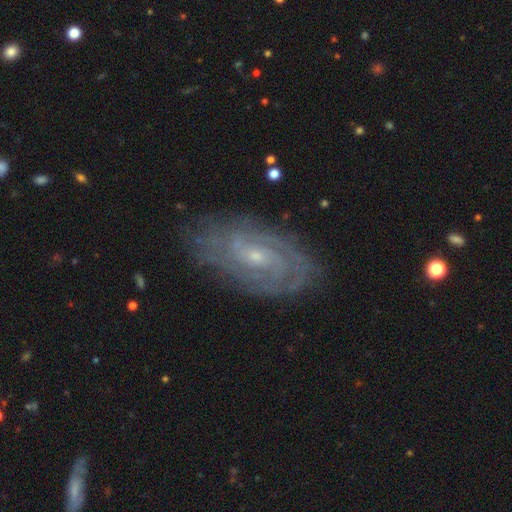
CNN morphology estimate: smooth_or_featured: featured or disk (p=0.83) [alt: smooth p=0.10]
disk_edge_on: no (p=0.94) [alt: yes p=0.06]
bar: no (p=0.52) [alt: weak p=0.40]
has_spiral_arms: yes (p=0.95) [alt: no p=0.05]
spiral_winding: tight (p=0.68) [alt: medium p=0.26]
spiral_arm_count: can't tell (p=0.39) [alt: 2 p=0.29]
bulge_size: small (p=0.74) [alt: moderate p=0.21]
merging: none (p=0.82) [alt: minor disturbance p=0.13]